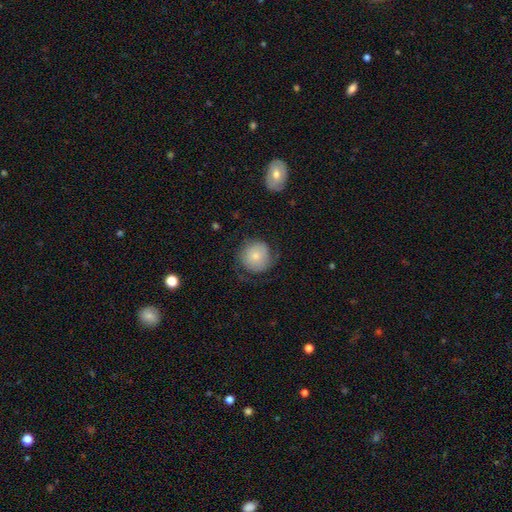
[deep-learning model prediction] Overall: smooth (68%). How rounded: round (93%). Merging: none (67%).